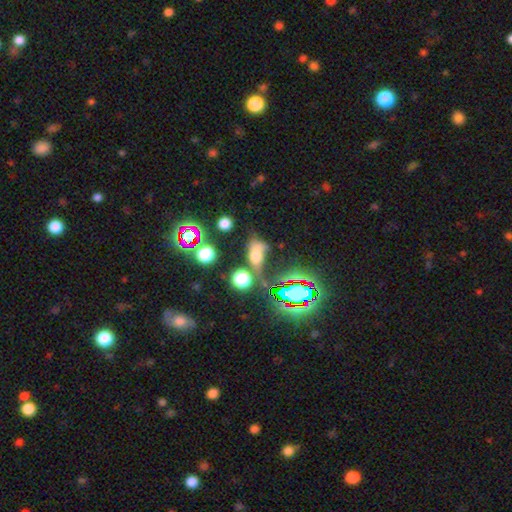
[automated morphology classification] The model was most divided on "merging": none: 33%, major disturbance: 24%, merger: 23%, minor disturbance: 20%. Remaining: smooth or featured — smooth (49%).